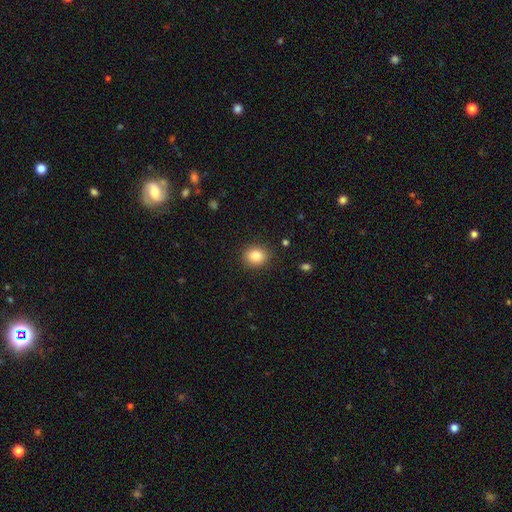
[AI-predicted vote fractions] Q: Smooth or featured?
A: smooth (85%); runner-up: star or artifact (9%)
Q: How rounded?
A: round (60%); runner-up: in between (39%)
Q: Merging?
A: none (87%); runner-up: minor disturbance (9%)